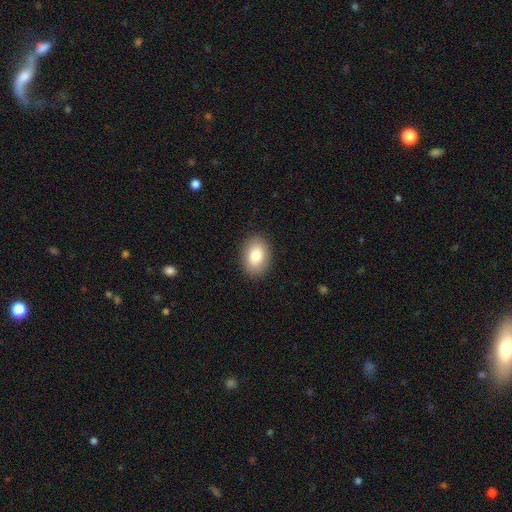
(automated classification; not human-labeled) smooth_or_featured: smooth (p=0.81) [alt: featured or disk p=0.11]
how_rounded: in between (p=0.79) [alt: round p=0.20]
merging: none (p=0.89) [alt: minor disturbance p=0.08]